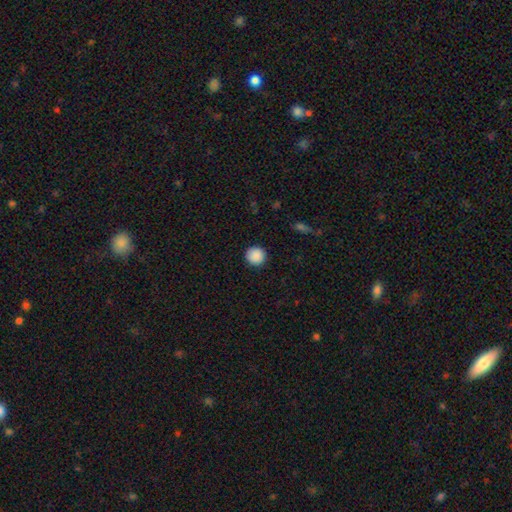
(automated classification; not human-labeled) This is clearly a smooth galaxy (89%). How rounded: clearly round (95%). Merging: clearly none (92%).